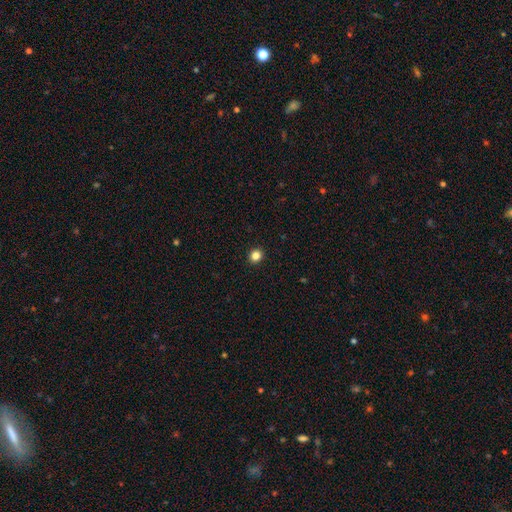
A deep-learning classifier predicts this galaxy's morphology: Smooth or featured? smooth (84%)
How rounded? round (86%)
Merging? none (93%)